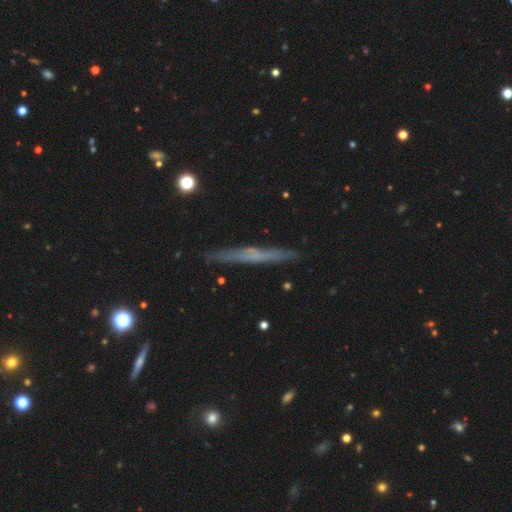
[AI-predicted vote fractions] This appears to be a featured or disk galaxy (53%) viewed edge-on (96%) with no central bulge (80%). Merging: none (89%).